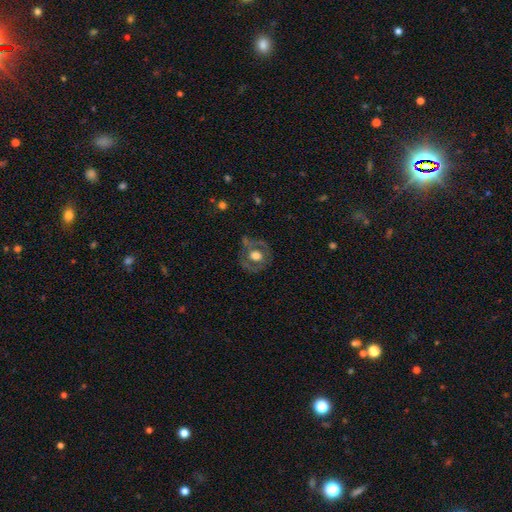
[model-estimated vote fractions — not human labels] Smooth or featured? featured or disk (55%)
Edge-on disk? no (94%)
Bar? no (81%)
Spiral arms? no (75%)
Bulge size? moderate (46%)
Merging? none (68%)